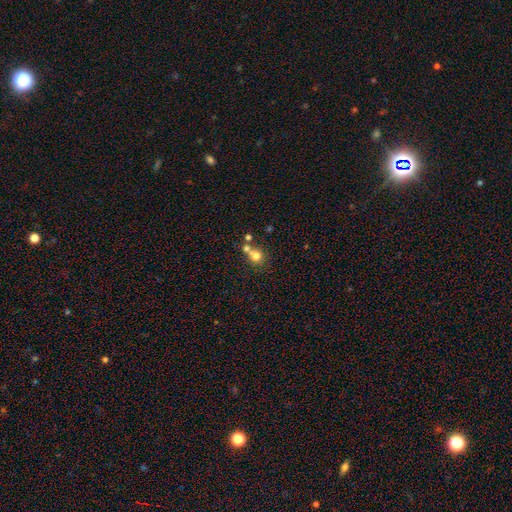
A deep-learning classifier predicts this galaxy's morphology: Q: Smooth or featured?
A: smooth (72%); runner-up: featured or disk (15%)
Q: How rounded?
A: round (78%); runner-up: in between (21%)
Q: Merging?
A: merger (47%); runner-up: none (40%)